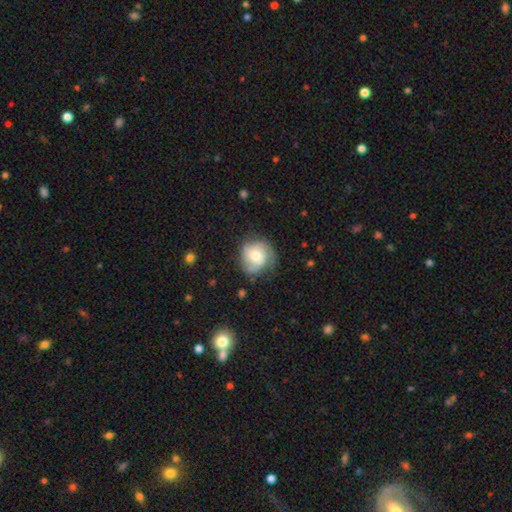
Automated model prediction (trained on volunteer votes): The model was most divided on "smooth or featured": featured or disk: 55%, smooth: 37%, star or artifact: 8%. More confident: edge-on disk — no (97%); spiral arms — yes (85%); bar — no (73%); merging — none (66%); bulge size — moderate (58%).